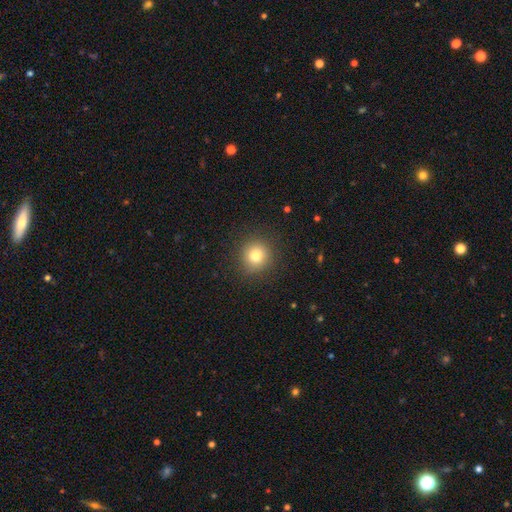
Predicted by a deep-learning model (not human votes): smooth_or_featured: smooth (p=0.78) [alt: star or artifact p=0.13]
how_rounded: round (p=0.92) [alt: in between p=0.07]
merging: none (p=0.89) [alt: minor disturbance p=0.08]